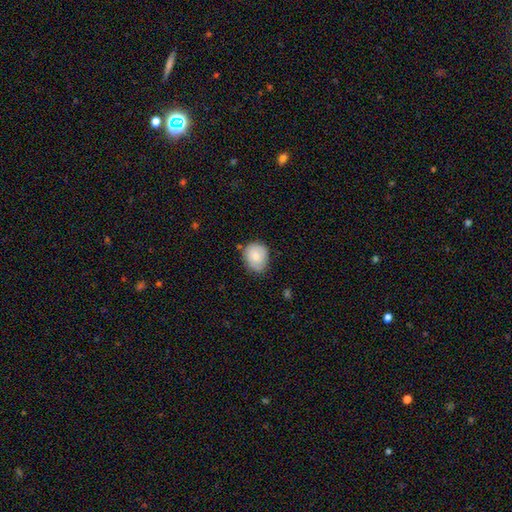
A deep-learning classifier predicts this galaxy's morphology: Q: Smooth or featured?
A: smooth (68%); runner-up: featured or disk (25%)
Q: How rounded?
A: round (63%); runner-up: in between (36%)
Q: Merging?
A: none (67%); runner-up: minor disturbance (26%)